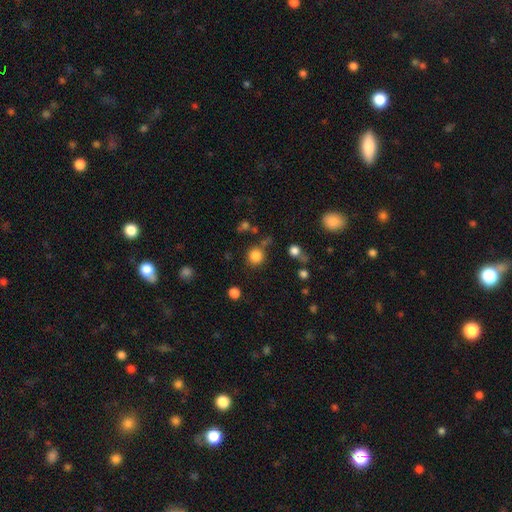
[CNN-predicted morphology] type=smooth (83%); roundness=round (91%); merging=none (78%).